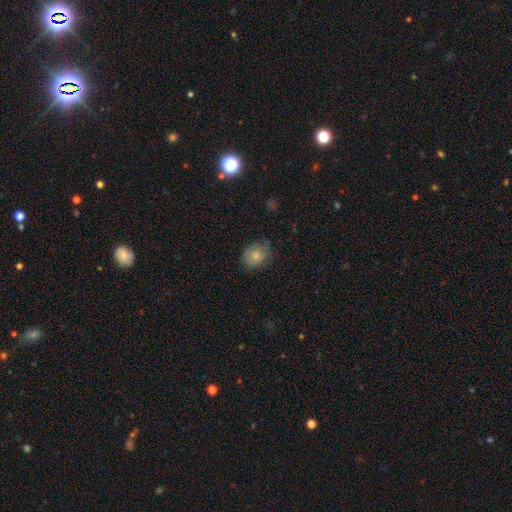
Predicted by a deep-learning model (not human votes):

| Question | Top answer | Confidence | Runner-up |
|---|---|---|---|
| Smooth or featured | smooth | 80% | featured or disk (12%) |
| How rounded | in between | 66% | round (33%) |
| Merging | none | 67% | minor disturbance (26%) |